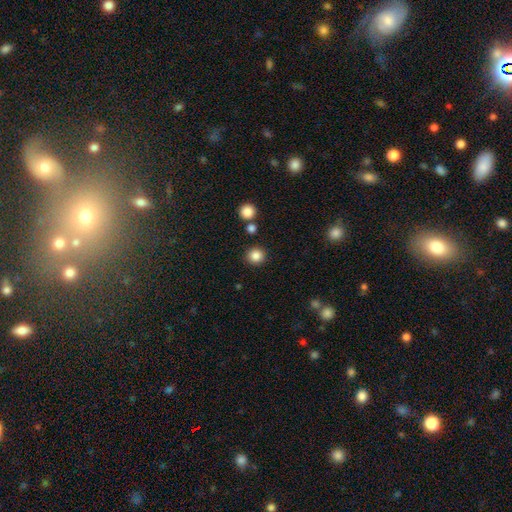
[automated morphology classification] The model was most divided on "smooth or featured": smooth: 85%, star or artifact: 11%, featured or disk: 4%. More confident: how rounded — round (92%); merging — none (89%).